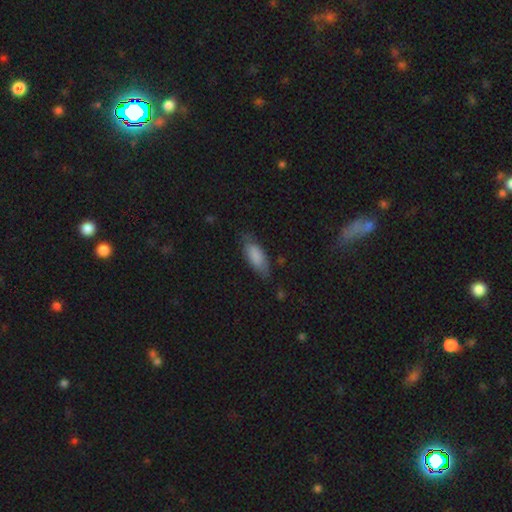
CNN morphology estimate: Smooth or featured? smooth (81%)
How rounded? in between (77%)
Merging? none (65%)